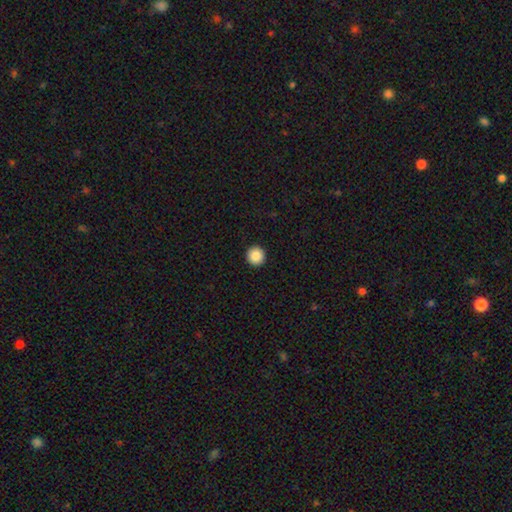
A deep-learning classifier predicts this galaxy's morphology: smooth 88%, star or artifact 9%, featured or disk 3%. Down the decision tree: how rounded — round (96%); merging — none (94%).